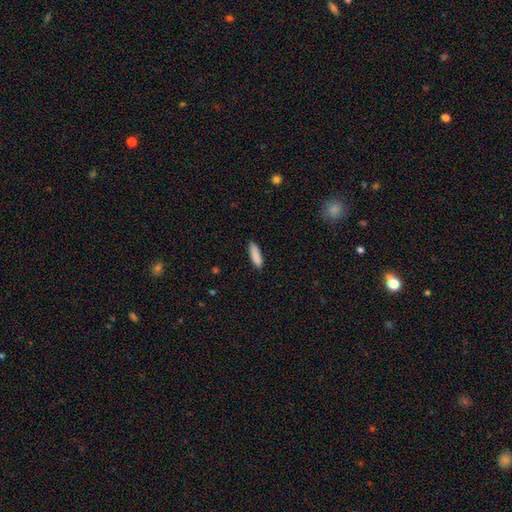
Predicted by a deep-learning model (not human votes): A smooth galaxy with no disk features (88%) that is cigar-shaped (63%). Merging: none (85%).